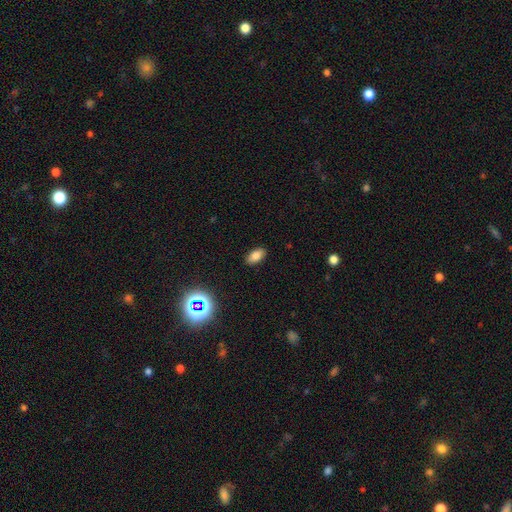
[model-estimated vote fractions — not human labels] Smooth or featured: smooth — 81% (star or artifact — 12%)
How rounded: in between — 91% (round — 6%)
Merging: none — 88% (minor disturbance — 8%)